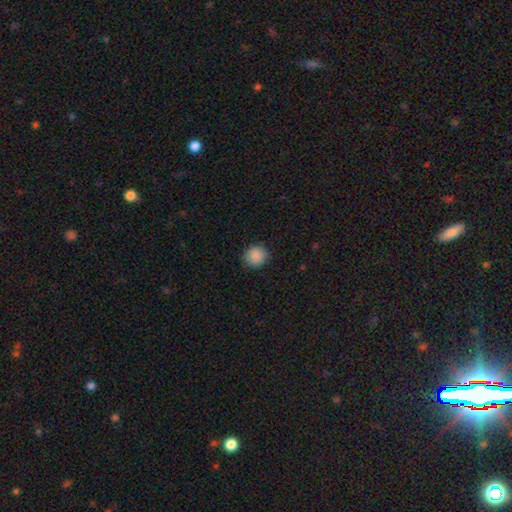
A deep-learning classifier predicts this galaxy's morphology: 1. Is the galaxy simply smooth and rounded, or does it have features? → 89% smooth, 8% star or artifact, 3% featured or disk.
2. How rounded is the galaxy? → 91% round, 8% in between, 1% cigar-shaped.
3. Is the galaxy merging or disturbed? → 90% none, 7% minor disturbance, 2% major disturbance, 1% merger.